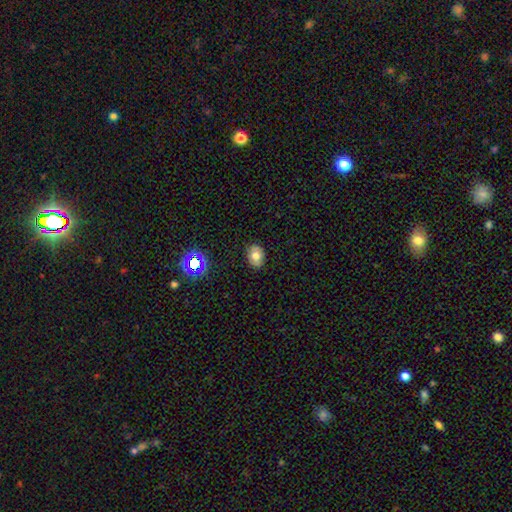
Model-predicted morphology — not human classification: smooth_or_featured: smooth (p=0.70) [alt: featured or disk p=0.17]
how_rounded: in between (p=0.69) [alt: round p=0.30]
merging: none (p=0.85) [alt: minor disturbance p=0.11]